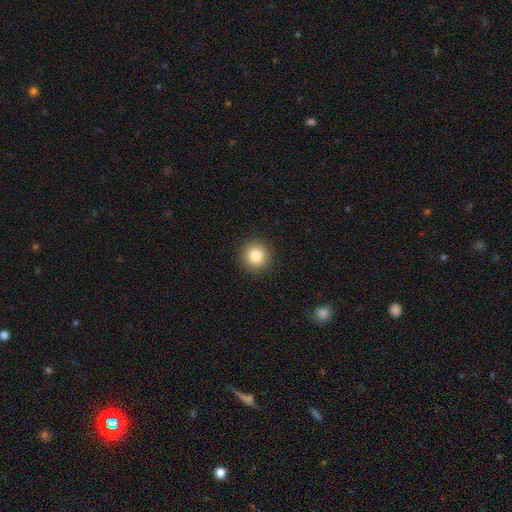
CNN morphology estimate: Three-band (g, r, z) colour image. It shows a smooth galaxy with no disk features (83%) that is round (93%). Merging: none (92%).